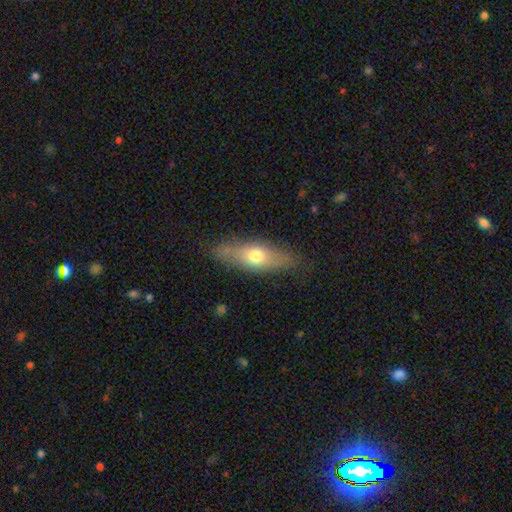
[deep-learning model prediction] This appears to be a smooth galaxy with no disk features (61%) that is in between round and cigar-shaped (57%). Merging: none (81%).